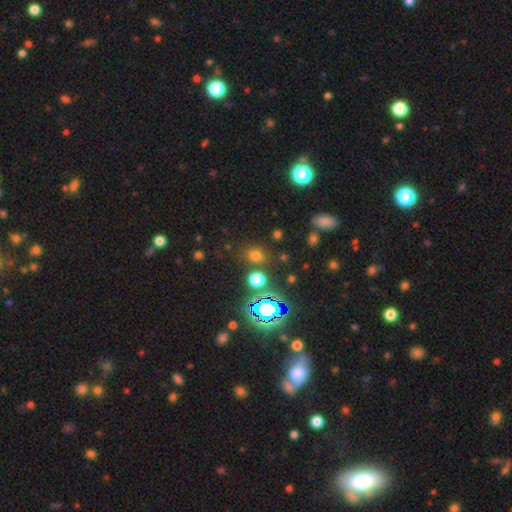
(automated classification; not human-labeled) Smooth or featured? Predicted: smooth (p=0.66). How rounded? Predicted: round (p=0.67). Merging? Predicted: none (p=0.80).